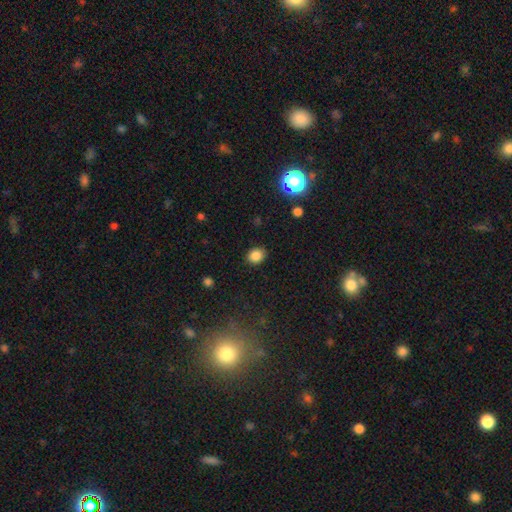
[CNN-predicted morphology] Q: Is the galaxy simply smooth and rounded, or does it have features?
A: smooth — 84%.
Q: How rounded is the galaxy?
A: round — 64%.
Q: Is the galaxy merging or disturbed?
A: none — 88%.